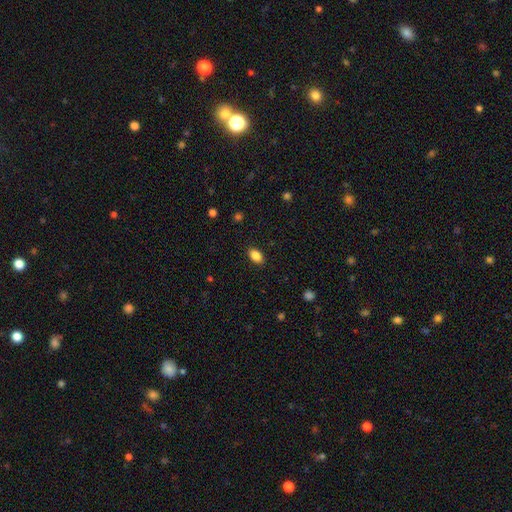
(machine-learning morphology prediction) smooth 87%, star or artifact 9%, featured or disk 5%. Down the decision tree: how rounded — in between (90%); merging — none (87%).